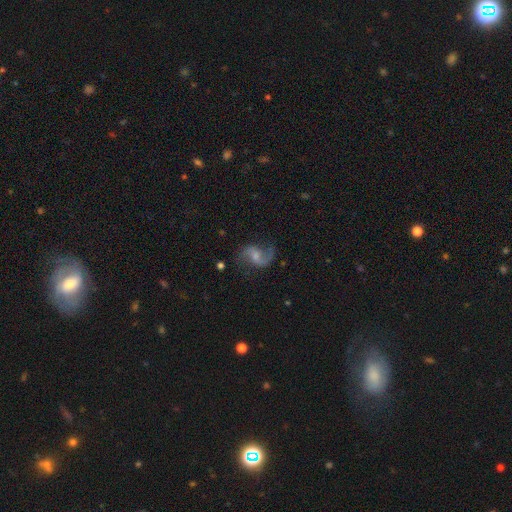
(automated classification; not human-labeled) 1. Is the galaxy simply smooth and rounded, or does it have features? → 85% featured or disk, 9% smooth, 6% star or artifact.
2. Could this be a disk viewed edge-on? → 98% no, 2% yes.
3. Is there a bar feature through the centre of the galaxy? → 47% weak, 41% no, 12% strong.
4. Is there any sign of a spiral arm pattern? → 96% yes, 4% no.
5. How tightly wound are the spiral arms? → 62% loose, 33% medium, 5% tight.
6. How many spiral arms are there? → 86% 2, 9% 1, 2% can't tell, 1% 3, 1% 4, 1% more than 4.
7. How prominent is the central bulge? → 41% small, 35% moderate, 19% none, 4% large, 1% dominant.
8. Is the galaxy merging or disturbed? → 70% none, 17% minor disturbance, 11% major disturbance, 2% merger.